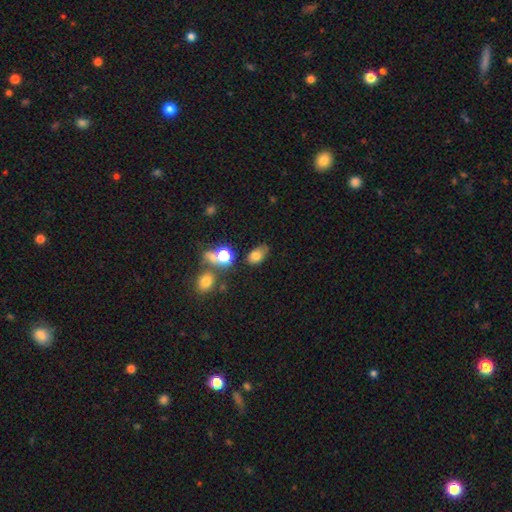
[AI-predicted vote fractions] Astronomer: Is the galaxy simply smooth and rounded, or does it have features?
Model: smooth — 74%.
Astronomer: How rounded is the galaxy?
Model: in between — 82%.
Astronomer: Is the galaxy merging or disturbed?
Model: none — 62%.